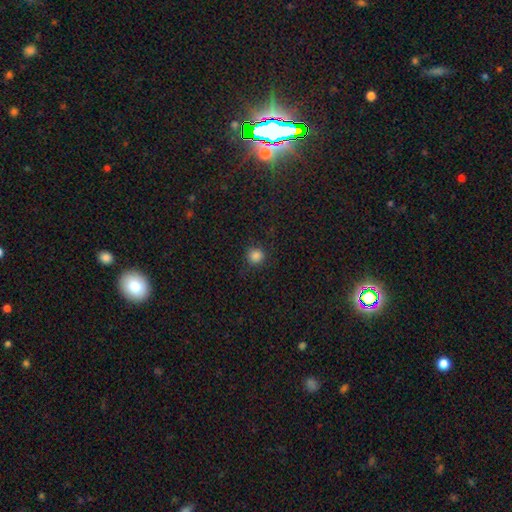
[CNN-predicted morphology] type=smooth (83%); roundness=round (93%); merging=none (87%).